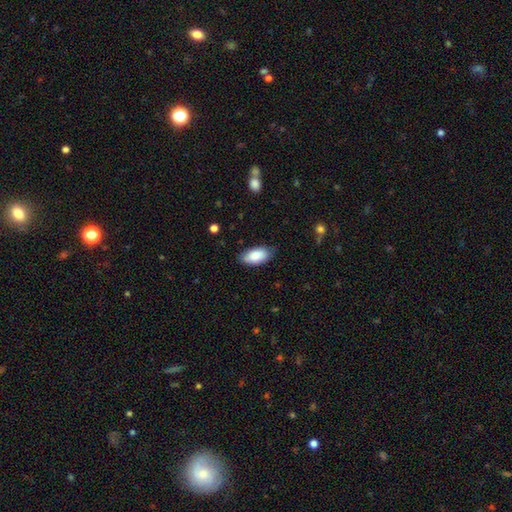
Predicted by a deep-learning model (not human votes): Smooth or featured: smooth — 86% (featured or disk — 9%)
How rounded: in between — 94% (cigar-shaped — 4%)
Merging: none — 80% (minor disturbance — 16%)